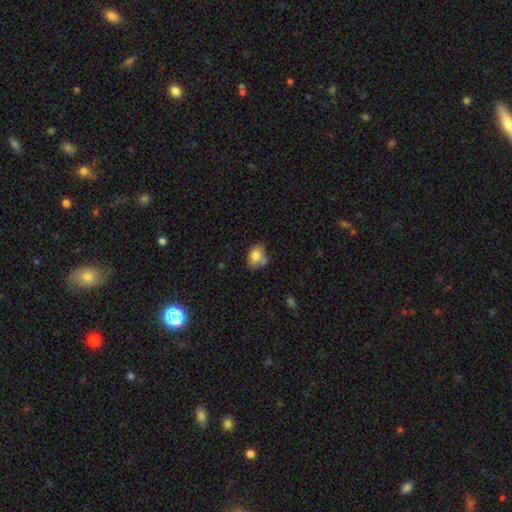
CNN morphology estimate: A smooth galaxy with no disk features (77%) that is in between round and cigar-shaped (52%).

Vote fractions:
- Smooth or featured? smooth: 77% / featured or disk: 13% / star or artifact: 10%
- How rounded? in between: 52% / round: 47% / cigar-shaped: 1%
- Merging? none: 48% / minor disturbance: 30% / merger: 13% / major disturbance: 9%